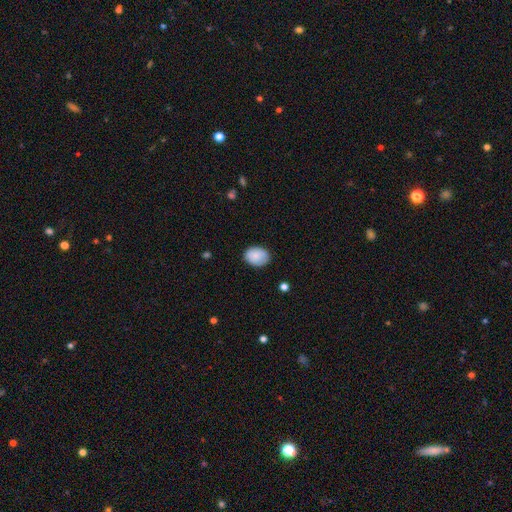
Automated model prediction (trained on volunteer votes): A smooth galaxy with no disk features (85%) that is in between round and cigar-shaped (69%).

Vote fractions:
- Smooth or featured? smooth: 85% / featured or disk: 7% / star or artifact: 7%
- How rounded? in between: 69% / round: 30% / cigar-shaped: 1%
- Merging? none: 81% / minor disturbance: 15% / major disturbance: 3% / merger: 1%